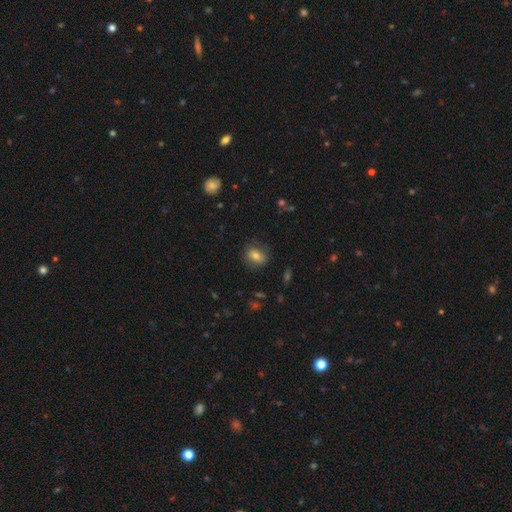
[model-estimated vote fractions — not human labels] Morphology: type=smooth (74%); roundness=in between (54%); merging=none (79%).